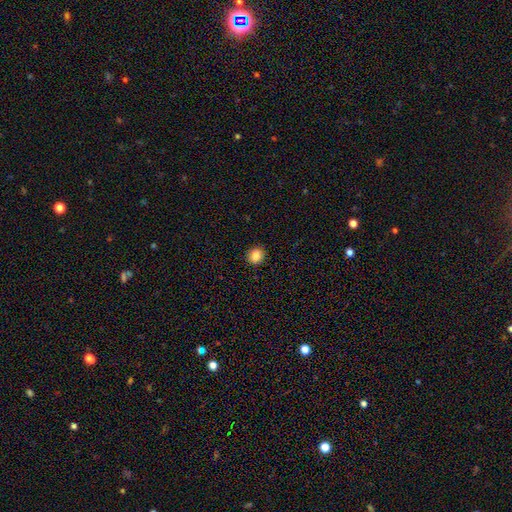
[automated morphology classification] smooth_or_featured: smooth (p=0.85) [alt: star or artifact p=0.10]
how_rounded: round (p=0.85) [alt: in between p=0.14]
merging: none (p=0.92) [alt: minor disturbance p=0.06]